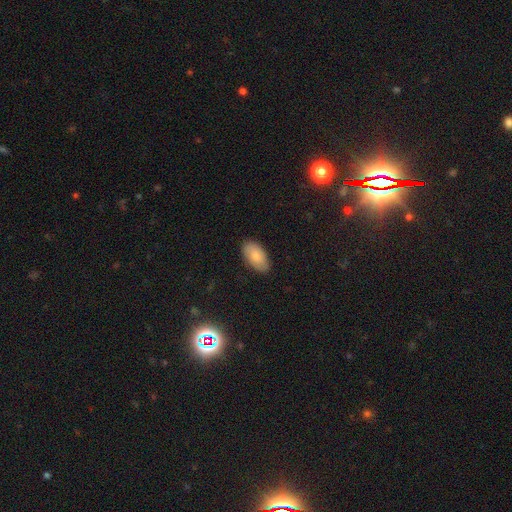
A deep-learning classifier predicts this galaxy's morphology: A smooth galaxy with no disk features (82%) that is in between round and cigar-shaped (95%).

Vote fractions:
- Smooth or featured? smooth: 82% / featured or disk: 12% / star or artifact: 6%
- How rounded? in between: 95% / round: 3% / cigar-shaped: 2%
- Merging? none: 84% / minor disturbance: 13% / major disturbance: 2% / merger: 1%